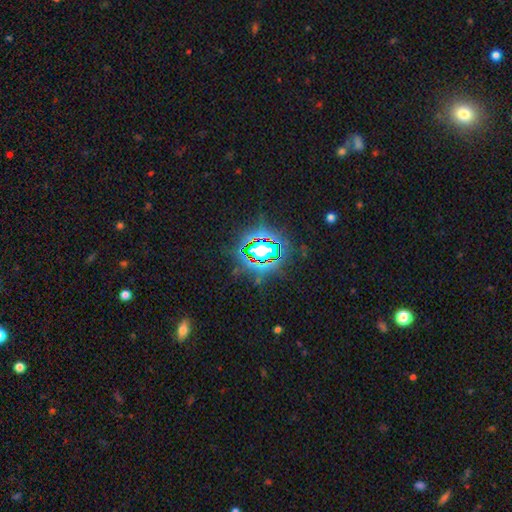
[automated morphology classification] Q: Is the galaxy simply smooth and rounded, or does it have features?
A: star or artifact — 72%.